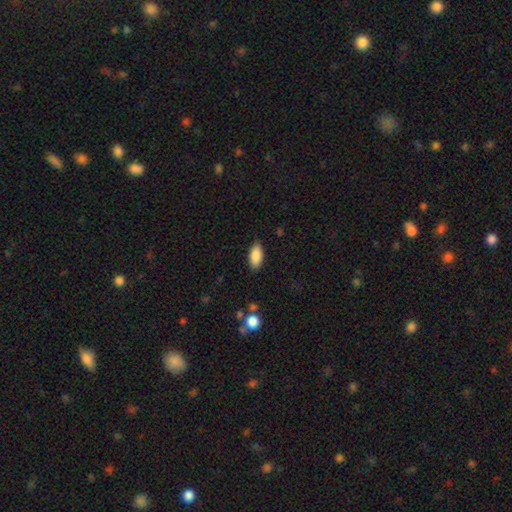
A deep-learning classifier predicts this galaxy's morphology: Q: Smooth or featured?
A: smooth (88%); runner-up: star or artifact (7%)
Q: How rounded?
A: in between (90%); runner-up: cigar-shaped (8%)
Q: Merging?
A: none (86%); runner-up: minor disturbance (10%)